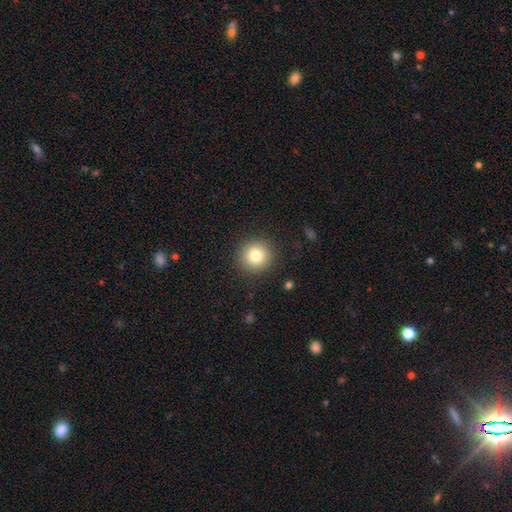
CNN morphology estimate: Smooth or featured: smooth — 80% (star or artifact — 11%)
How rounded: round — 94% (in between — 5%)
Merging: none — 90% (minor disturbance — 7%)